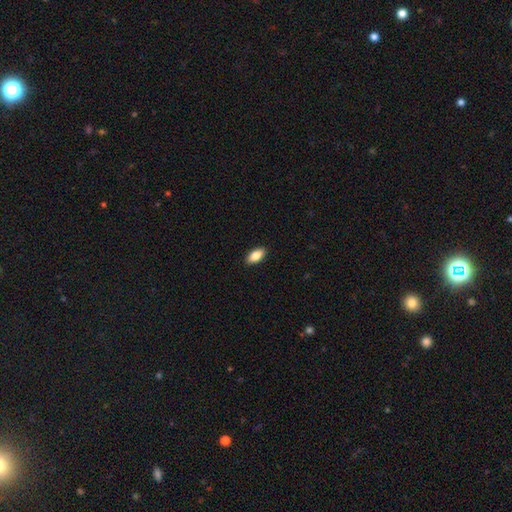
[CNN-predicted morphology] smooth 84%, featured or disk 9%, star or artifact 7%. Down the decision tree: how rounded — in between (90%); merging — none (90%).